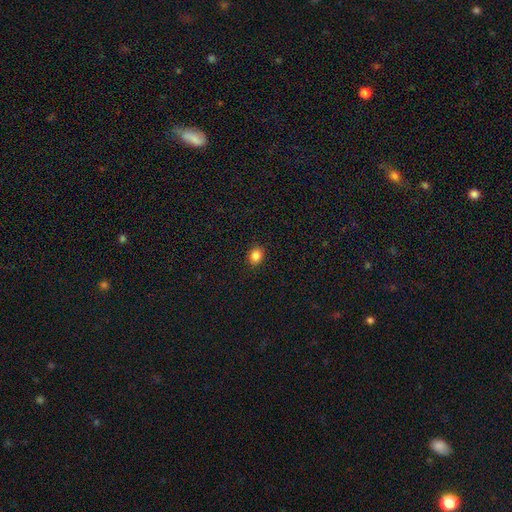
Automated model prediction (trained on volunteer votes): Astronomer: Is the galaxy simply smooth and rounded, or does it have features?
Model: smooth — 85%.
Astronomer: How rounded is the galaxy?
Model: round — 55% (runner-up: in between, 44%).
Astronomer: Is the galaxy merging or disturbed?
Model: none — 91%.